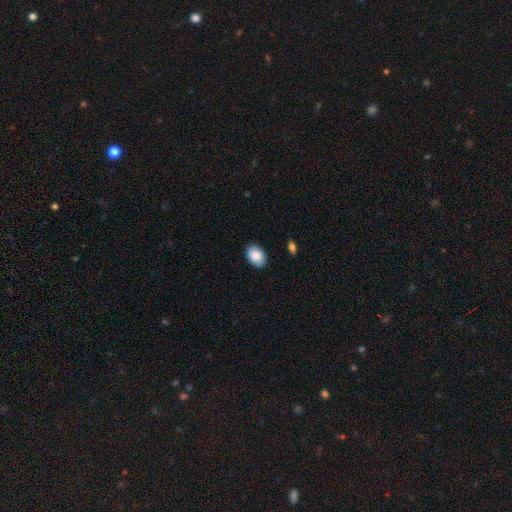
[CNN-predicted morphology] smooth_or_featured: smooth (p=0.86) [alt: featured or disk p=0.07]
how_rounded: in between (p=0.83) [alt: round p=0.16]
merging: none (p=0.87) [alt: minor disturbance p=0.10]